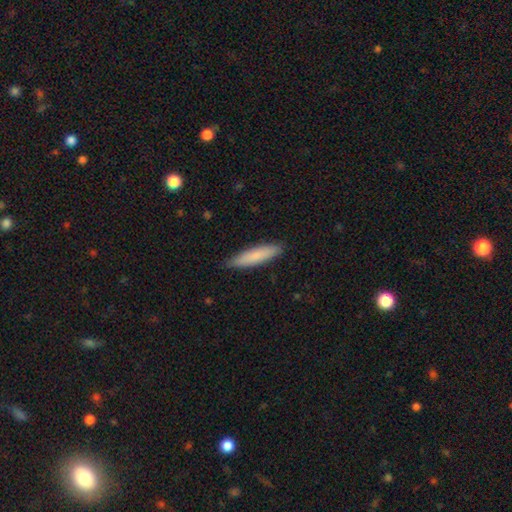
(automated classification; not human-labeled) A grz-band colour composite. It shows a smooth galaxy with no disk features (82%) that is cigar-shaped (81%). Merging: none (86%).